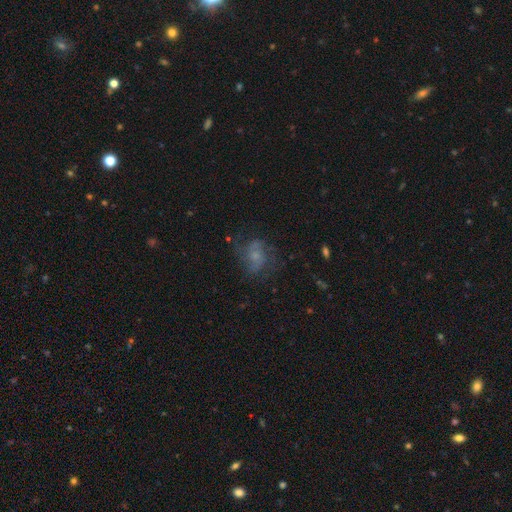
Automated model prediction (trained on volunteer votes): A featured or disk galaxy (52%) with no bar (74%), spiral arms (75%) and a small central bulge (51%).

Vote fractions:
- Smooth or featured? featured or disk: 52% / smooth: 33% / star or artifact: 15%
- Edge-on disk? no: 97% / yes: 3%
- Bar? no: 74% / weak: 22% / strong: 4%
- Spiral arms? yes: 75% / no: 25%
- Bulge size? small: 51% / moderate: 26% / none: 18% / large: 4% / dominant: 2%
- Merging? none: 59% / minor disturbance: 21% / major disturbance: 19% / merger: 2%